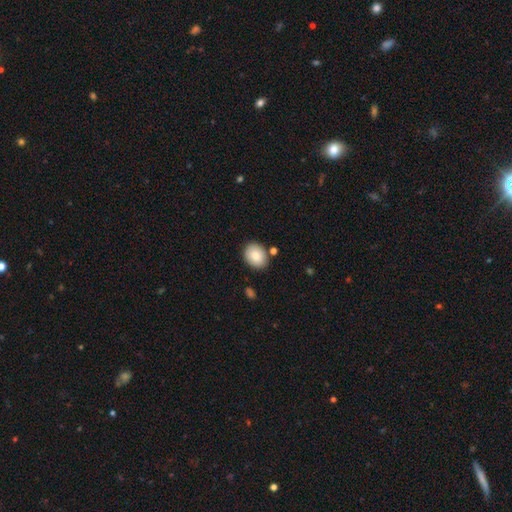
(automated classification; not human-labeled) Overall: smooth (84%). How rounded: in between (59%; round 40%). Merging: none (82%).